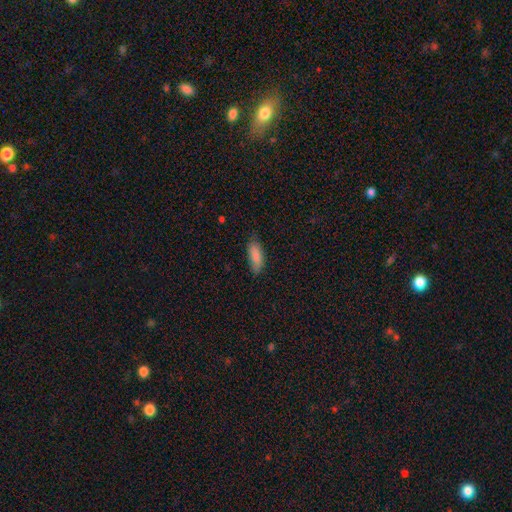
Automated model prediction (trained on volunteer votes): A smooth galaxy with no disk features (86%) that is in between round and cigar-shaped (74%). Merging: none (75%).